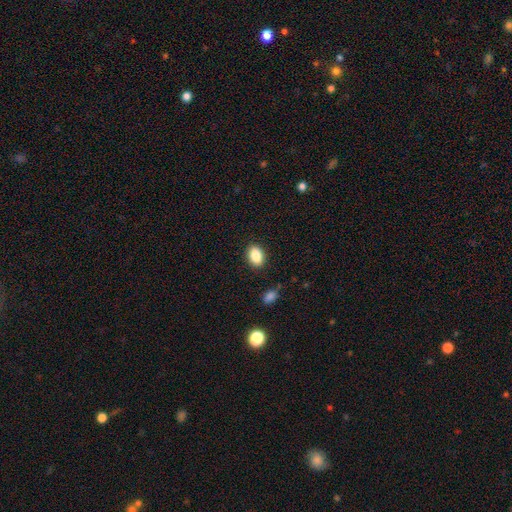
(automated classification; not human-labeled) A smooth galaxy with no disk features (86%) that is in between round and cigar-shaped (82%). Merging: none (88%).